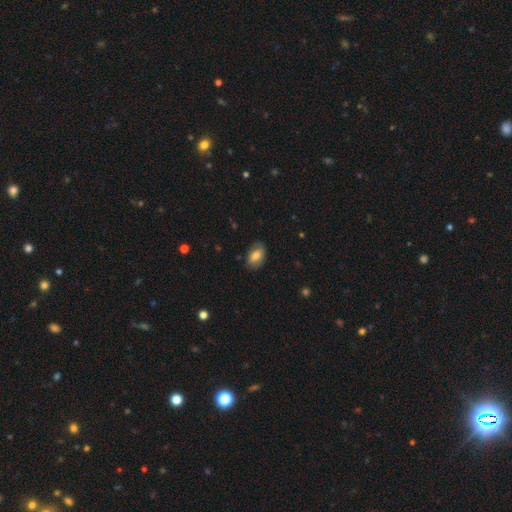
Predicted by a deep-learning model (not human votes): Q: Smooth or featured?
A: smooth (72%); runner-up: featured or disk (20%)
Q: How rounded?
A: in between (88%); runner-up: round (10%)
Q: Merging?
A: none (81%); runner-up: minor disturbance (15%)